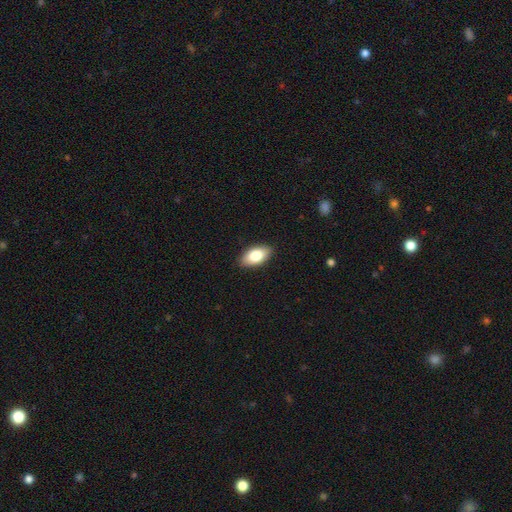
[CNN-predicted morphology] Smooth or featured: smooth — 82% (featured or disk — 12%)
How rounded: in between — 93% (cigar-shaped — 4%)
Merging: none — 88% (minor disturbance — 9%)